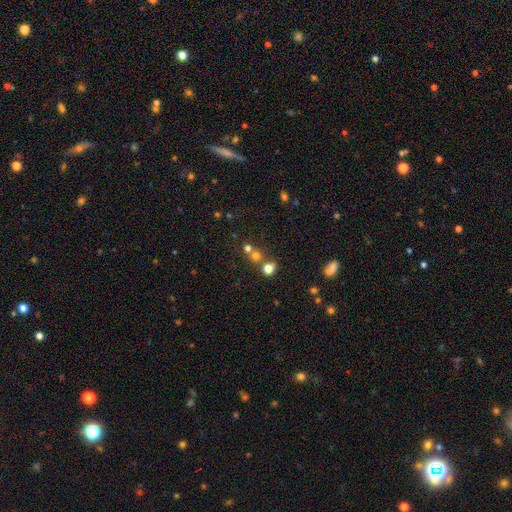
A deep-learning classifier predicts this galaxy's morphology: The model was most divided on "merging": none: 59%, merger: 32%, minor disturbance: 6%, major disturbance: 3%. More confident: how rounded — round (89%); smooth or featured — smooth (64%).